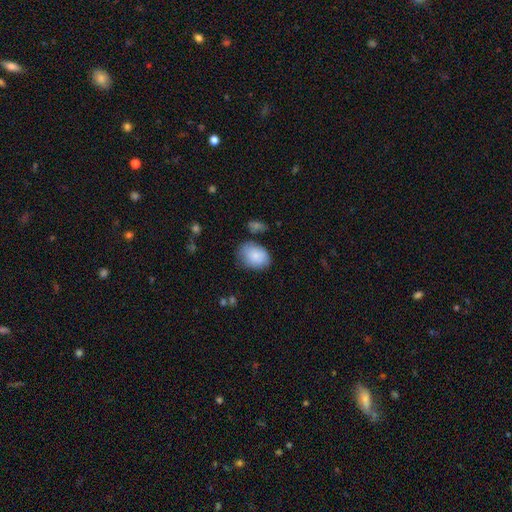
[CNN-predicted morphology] This is clearly a smooth galaxy (82%). How rounded: likely in between (69%). Merging: likely none (61%).